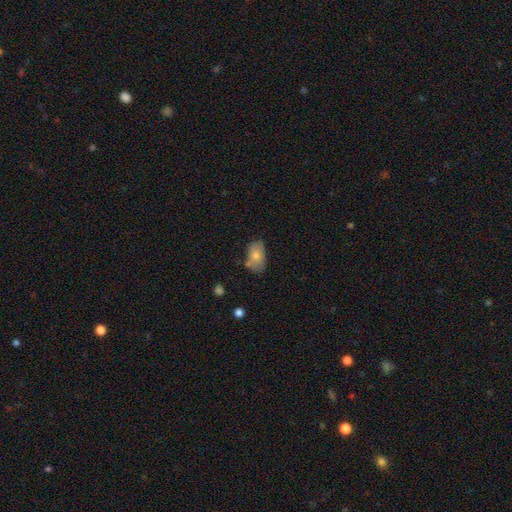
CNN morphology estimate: A smooth galaxy with no disk features (75%) that is in between round and cigar-shaped (91%). Merging: none (58%).